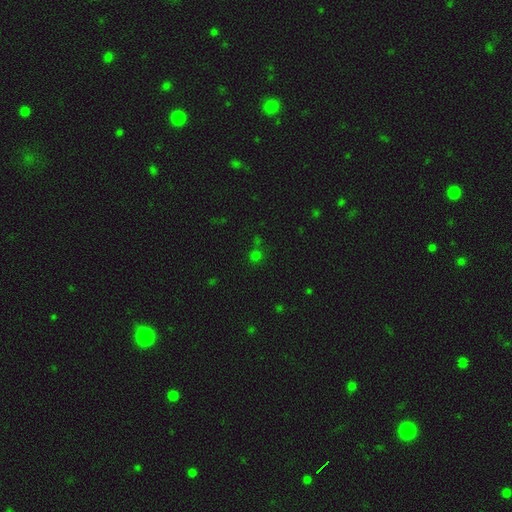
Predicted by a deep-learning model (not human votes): smooth_or_featured: smooth (p=0.59) [alt: star or artifact p=0.35]
how_rounded: round (p=0.87) [alt: in between p=0.12]
merging: none (p=0.70) [alt: merger p=0.16]